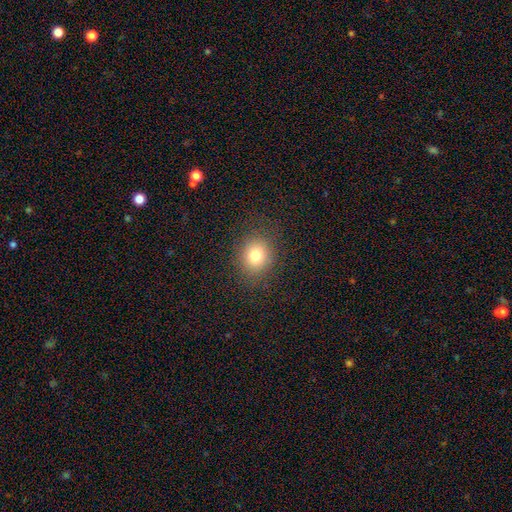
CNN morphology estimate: Q: Smooth or featured?
A: smooth (79%); runner-up: star or artifact (12%)
Q: How rounded?
A: round (70%); runner-up: in between (29%)
Q: Merging?
A: none (85%); runner-up: minor disturbance (10%)